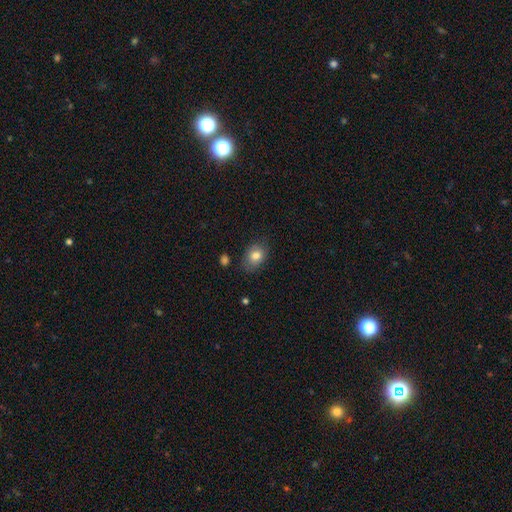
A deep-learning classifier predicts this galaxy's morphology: A smooth galaxy with no disk features (81%) that is in between round and cigar-shaped (74%).

Vote fractions:
- Smooth or featured? smooth: 81% / featured or disk: 11% / star or artifact: 9%
- How rounded? in between: 74% / round: 25% / cigar-shaped: 1%
- Merging? none: 75% / minor disturbance: 19% / major disturbance: 4% / merger: 2%